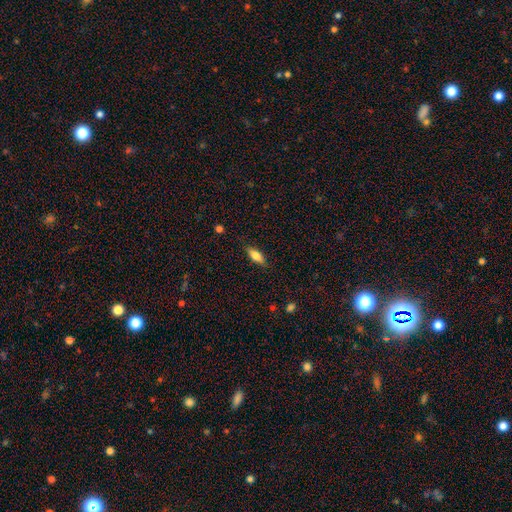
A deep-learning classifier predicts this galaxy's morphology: smooth-or-featured: smooth: 77% | featured or disk: 16% | star or artifact: 7%
  how-rounded: in between: 71% | cigar-shaped: 27% | round: 2%
  merging: none: 83% | minor disturbance: 13% | major disturbance: 3% | merger: 1%